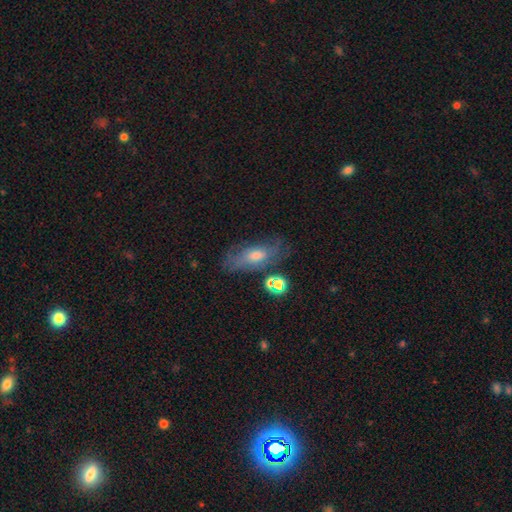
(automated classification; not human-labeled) The model was most divided on "smooth or featured": smooth: 47%, featured or disk: 40%, star or artifact: 13%. More confident: merging — none (65%).